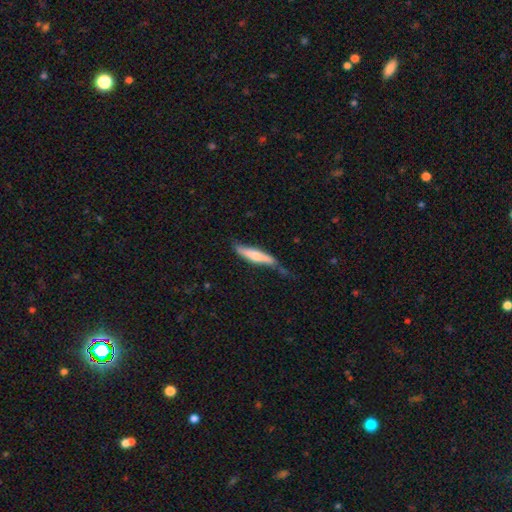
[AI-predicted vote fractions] Q: Smooth or featured?
A: smooth (57%); runner-up: featured or disk (37%)
Q: How rounded?
A: cigar-shaped (85%); runner-up: in between (13%)
Q: Merging?
A: none (54%); runner-up: minor disturbance (32%)